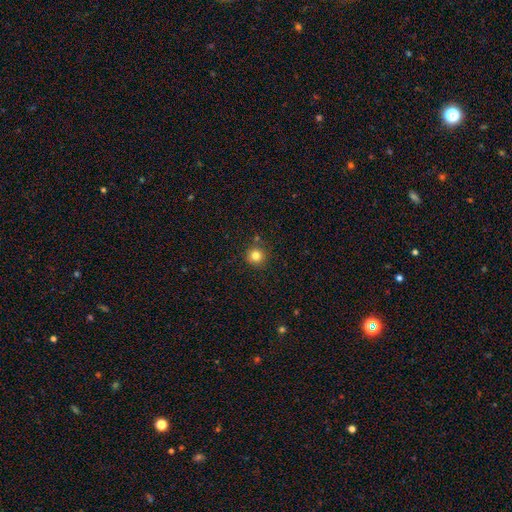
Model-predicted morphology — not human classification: smooth-or-featured: smooth: 81% | star or artifact: 13% | featured or disk: 6%
  how-rounded: round: 95% | in between: 4% | cigar-shaped: 1%
  merging: none: 86% | minor disturbance: 7% | merger: 4% | major disturbance: 2%